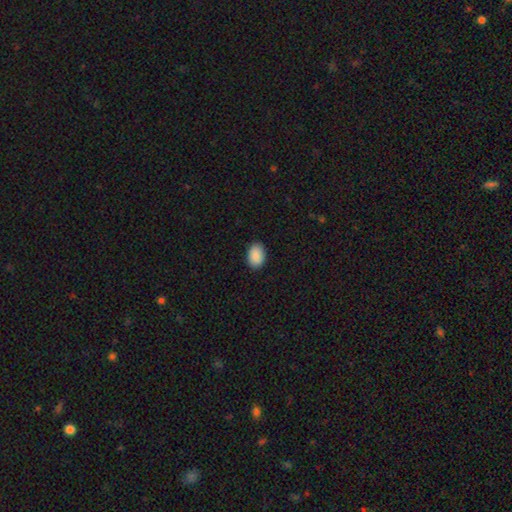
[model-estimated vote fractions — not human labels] This is clearly a smooth galaxy (91%). How rounded: clearly in between (86%). Merging: clearly none (89%).